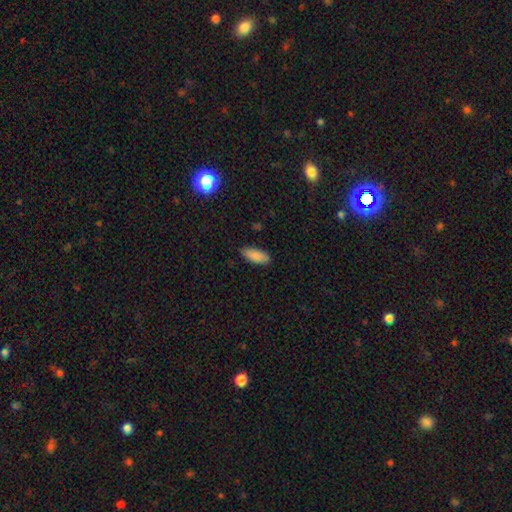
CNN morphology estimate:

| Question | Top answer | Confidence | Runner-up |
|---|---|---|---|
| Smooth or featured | smooth | 89% | star or artifact (7%) |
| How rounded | in between | 83% | cigar-shaped (15%) |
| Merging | none | 85% | minor disturbance (12%) |